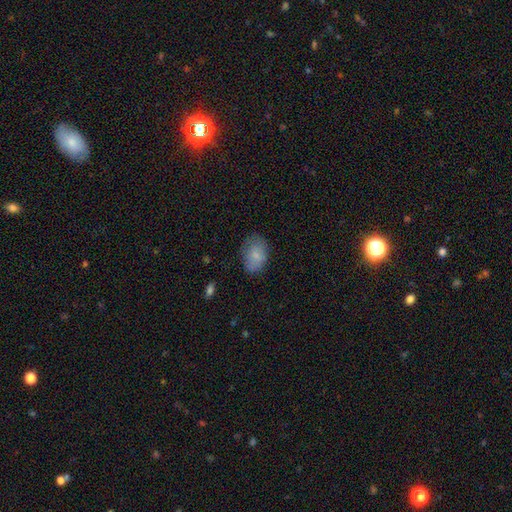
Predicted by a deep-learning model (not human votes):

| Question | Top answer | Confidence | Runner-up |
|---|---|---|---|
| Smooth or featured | smooth | 81% | featured or disk (12%) |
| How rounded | in between | 84% | round (15%) |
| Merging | none | 70% | minor disturbance (23%) |